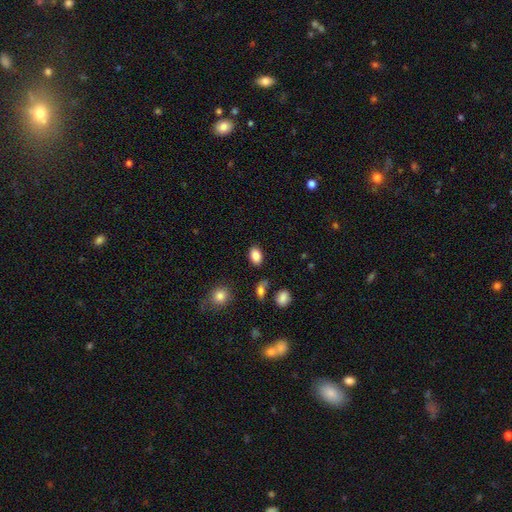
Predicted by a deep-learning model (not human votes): Morphology: type=smooth (86%); roundness=in between (84%); merging=none (84%).